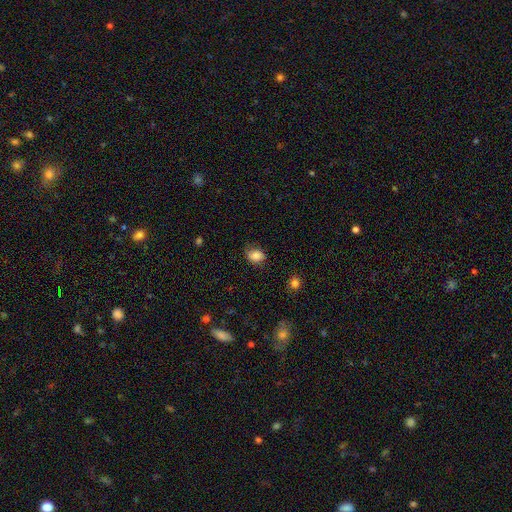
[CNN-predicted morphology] A smooth galaxy with no disk features (83%) that is in between round and cigar-shaped (62%).

Vote fractions:
- Smooth or featured? smooth: 83% / star or artifact: 9% / featured or disk: 8%
- How rounded? in between: 62% / round: 37% / cigar-shaped: 1%
- Merging? none: 70% / minor disturbance: 23% / major disturbance: 6% / merger: 1%